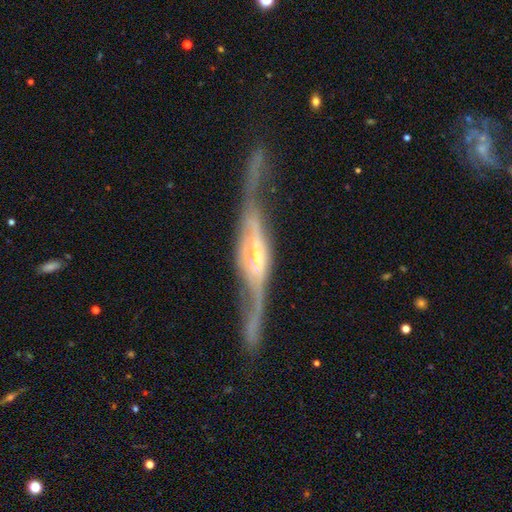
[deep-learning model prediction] Smooth or featured? featured or disk (87%)
Edge-on disk? yes (77%)
Edge-on bulge? rounded (60%)
Merging? none (54%)